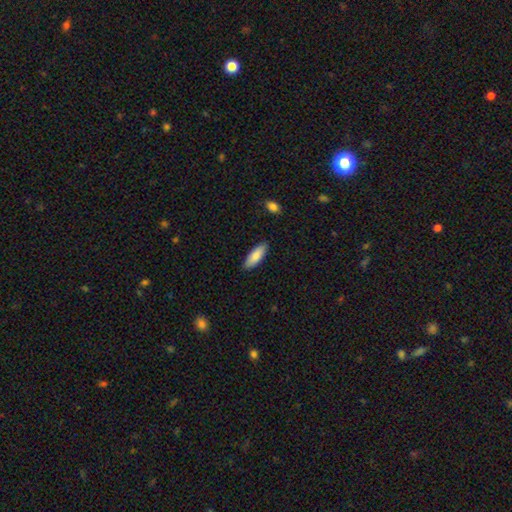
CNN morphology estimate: This is clearly a smooth galaxy (86%). How rounded: likely in between (62%). Merging: clearly none (87%).